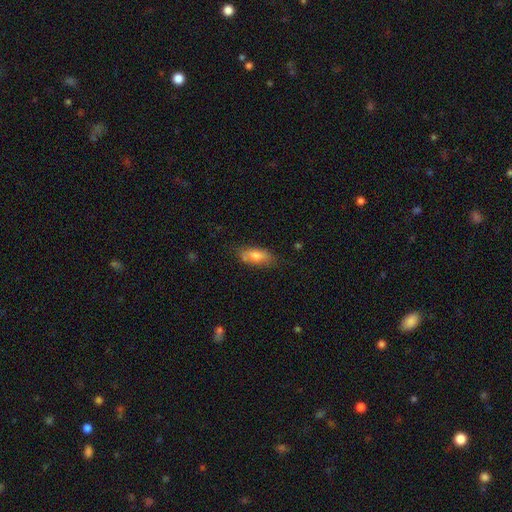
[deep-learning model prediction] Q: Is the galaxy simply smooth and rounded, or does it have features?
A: smooth — 73%.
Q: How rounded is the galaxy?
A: in between — 81%.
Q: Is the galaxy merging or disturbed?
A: none — 69%.